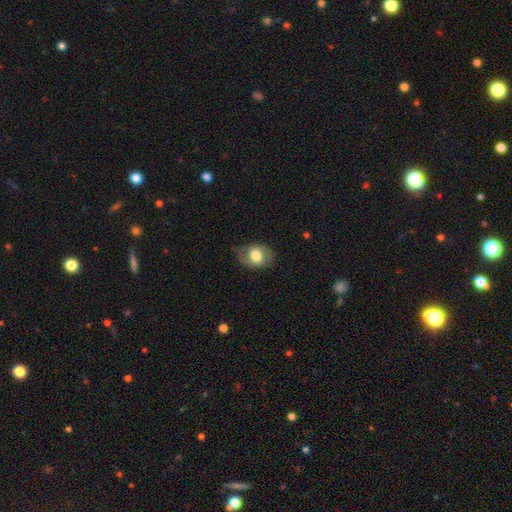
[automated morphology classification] Q: Smooth or featured?
A: smooth (70%); runner-up: featured or disk (23%)
Q: How rounded?
A: in between (66%); runner-up: round (33%)
Q: Merging?
A: none (71%); runner-up: minor disturbance (21%)